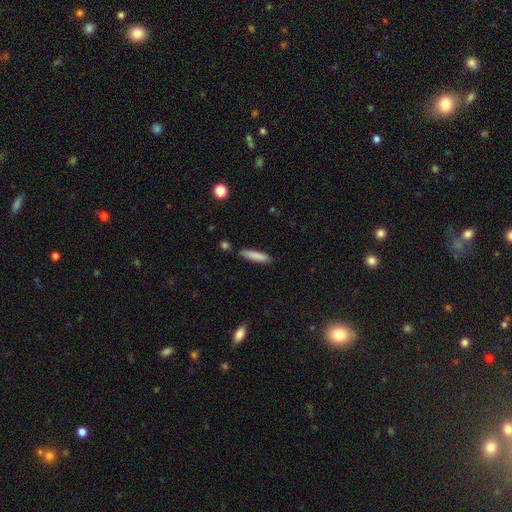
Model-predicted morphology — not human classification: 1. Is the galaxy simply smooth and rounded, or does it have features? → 84% smooth, 10% featured or disk, 6% star or artifact.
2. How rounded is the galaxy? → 85% cigar-shaped, 14% in between, 1% round.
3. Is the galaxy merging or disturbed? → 83% none, 12% minor disturbance, 3% merger, 2% major disturbance.